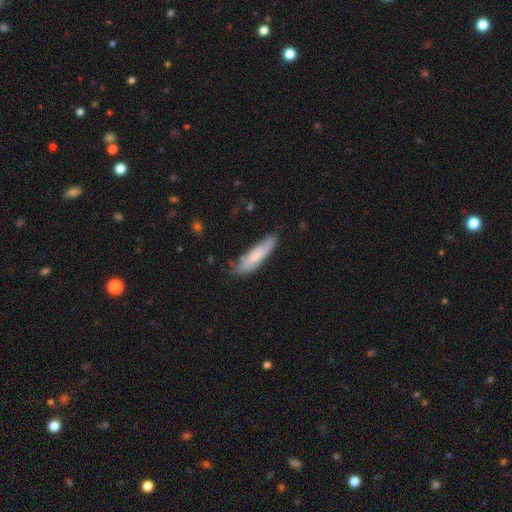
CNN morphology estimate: Q: Smooth or featured?
A: smooth (75%); runner-up: featured or disk (19%)
Q: How rounded?
A: cigar-shaped (74%); runner-up: in between (25%)
Q: Merging?
A: none (72%); runner-up: minor disturbance (22%)